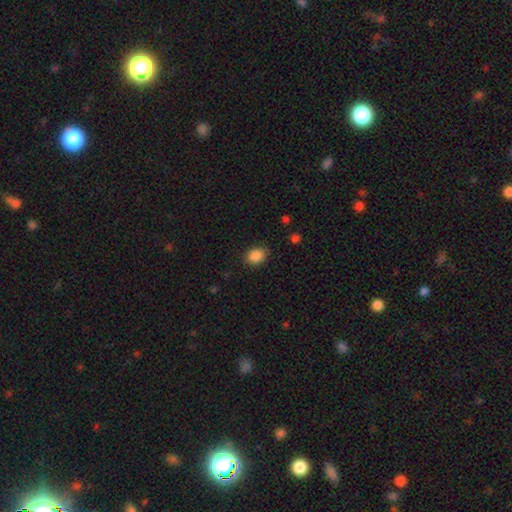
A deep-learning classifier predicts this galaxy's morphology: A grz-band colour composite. It shows a smooth galaxy with no disk features (88%) that is in between round and cigar-shaped (65%). Merging: none (83%).